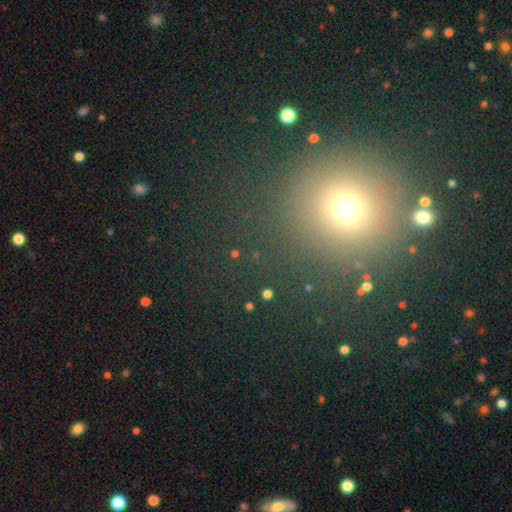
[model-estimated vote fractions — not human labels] Smooth or featured: smooth — 55% (star or artifact — 38%)
How rounded: round — 91% (in between — 8%)
Merging: none — 85% (minor disturbance — 7%)